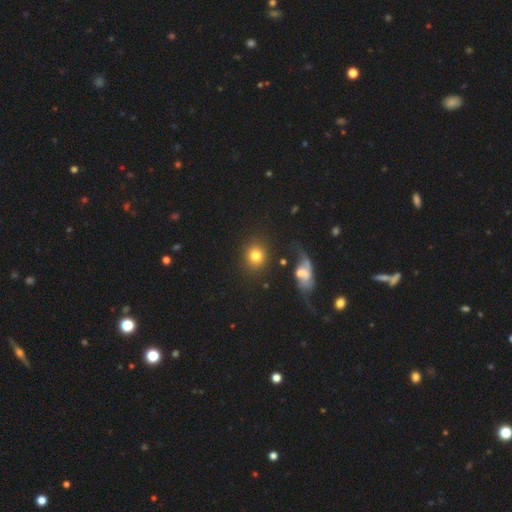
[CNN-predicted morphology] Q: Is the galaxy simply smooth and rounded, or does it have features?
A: smooth — 77%.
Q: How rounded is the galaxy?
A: round — 83%.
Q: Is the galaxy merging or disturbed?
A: none — 80%.